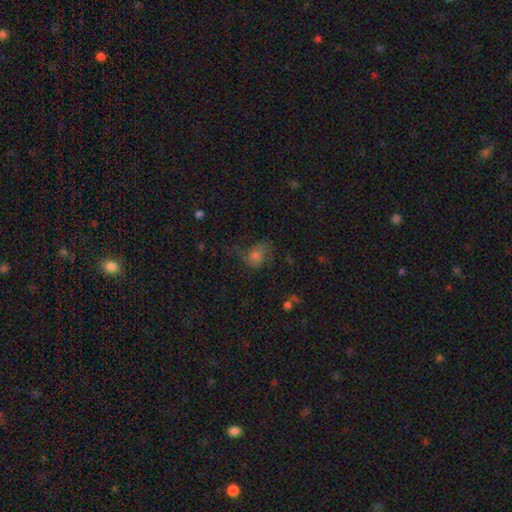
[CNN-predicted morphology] Q: Smooth or featured?
A: smooth (57%); runner-up: featured or disk (24%)
Q: How rounded?
A: in between (51%); runner-up: round (47%)
Q: Merging?
A: none (39%); runner-up: major disturbance (32%)